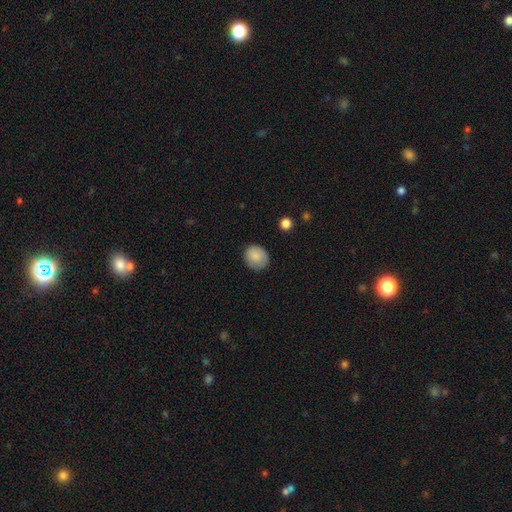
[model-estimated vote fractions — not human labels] A smooth galaxy with no disk features (86%) that is round (75%).

Vote fractions:
- Smooth or featured? smooth: 86% / star or artifact: 8% / featured or disk: 7%
- How rounded? round: 75% / in between: 24% / cigar-shaped: 1%
- Merging? none: 79% / minor disturbance: 16% / major disturbance: 3% / merger: 1%